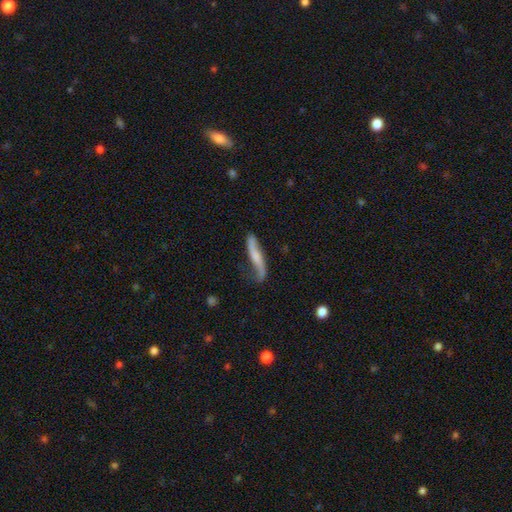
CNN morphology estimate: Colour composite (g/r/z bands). It shows a featured or disk galaxy (65%). Merging: none (60%).